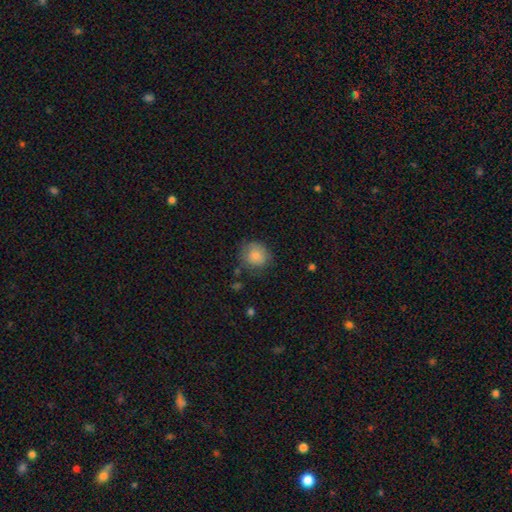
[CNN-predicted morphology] A smooth galaxy with no disk features (83%) that is round (86%).

Vote fractions:
- Smooth or featured? smooth: 83% / featured or disk: 9% / star or artifact: 8%
- How rounded? round: 86% / in between: 14% / cigar-shaped: 1%
- Merging? none: 73% / minor disturbance: 19% / major disturbance: 6% / merger: 2%